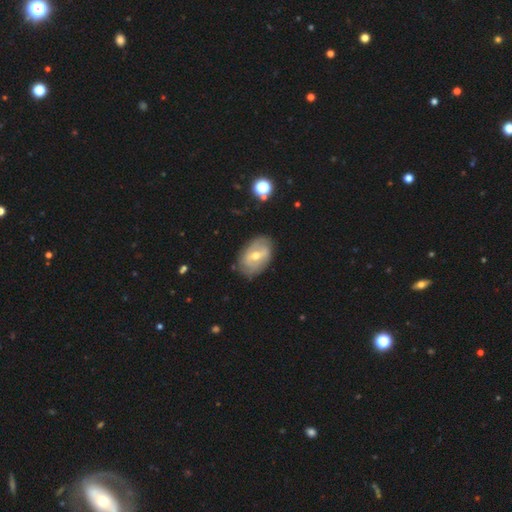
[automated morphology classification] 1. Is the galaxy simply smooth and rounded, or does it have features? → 64% featured or disk, 28% smooth, 8% star or artifact.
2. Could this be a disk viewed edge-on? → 93% no, 7% yes.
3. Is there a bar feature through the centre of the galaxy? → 46% weak, 31% strong, 22% no.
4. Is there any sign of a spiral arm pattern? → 57% yes, 43% no.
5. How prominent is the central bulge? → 60% moderate, 36% small, 2% large, 1% none, 1% dominant.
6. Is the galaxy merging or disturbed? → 77% none, 16% minor disturbance, 5% major disturbance, 2% merger.